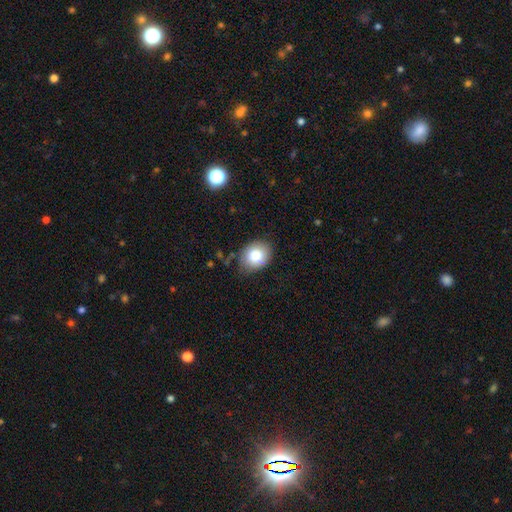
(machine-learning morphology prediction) Smooth or featured? Predicted: smooth (p=0.81). How rounded? Predicted: in between (p=0.50, tied with round). Merging? Predicted: none (p=0.73).